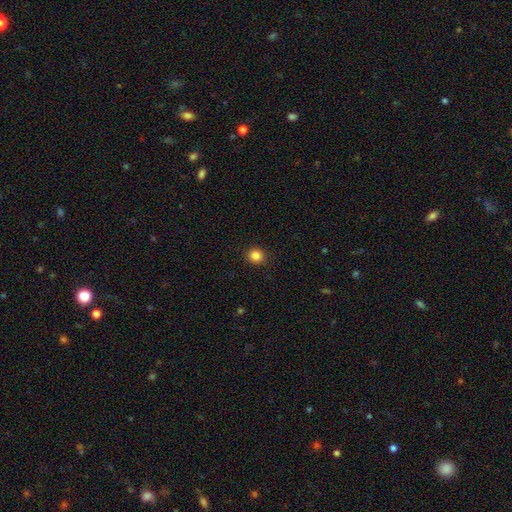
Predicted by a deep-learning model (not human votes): Smooth or featured? smooth (85%)
How rounded? round (88%)
Merging? none (91%)